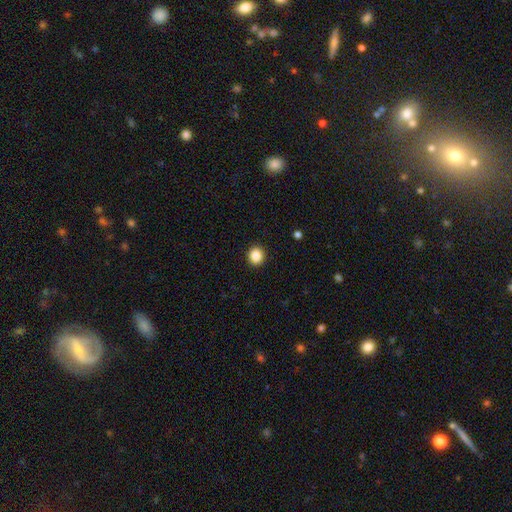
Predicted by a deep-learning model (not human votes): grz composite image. It shows a smooth galaxy with no disk features (87%) that is round (79%). Merging: none (92%).